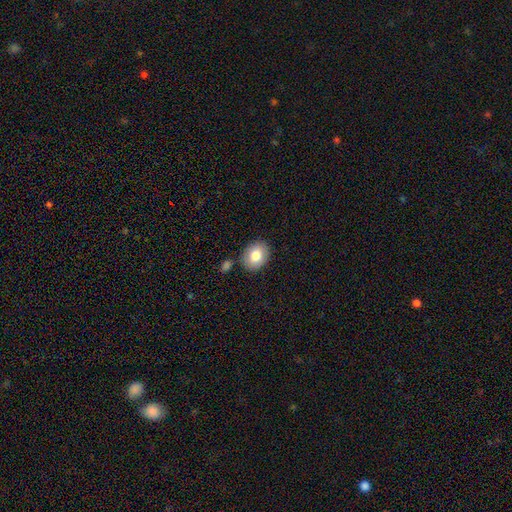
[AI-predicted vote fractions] This appears to be a smooth galaxy with no disk features (81%) that is in between round and cigar-shaped (58%). Merging: none (81%).